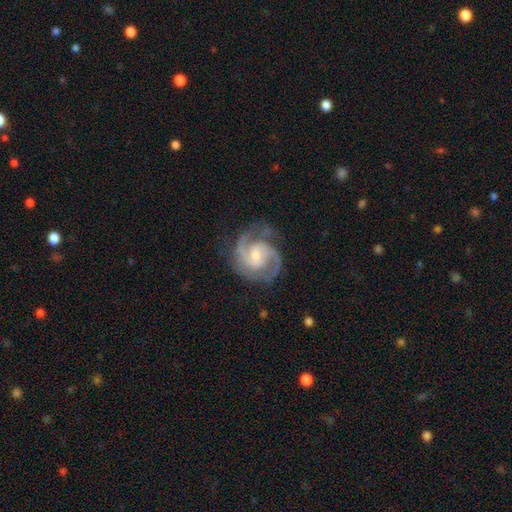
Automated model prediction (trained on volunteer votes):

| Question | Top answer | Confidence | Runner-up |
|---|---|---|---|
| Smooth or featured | featured or disk | 91% | smooth (5%) |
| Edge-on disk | no | 98% | yes (2%) |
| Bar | weak | 48% | no (40%) |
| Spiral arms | yes | 98% | no (2%) |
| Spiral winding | medium | 53% | tight (38%) |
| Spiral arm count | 2 | 78% | 3 (11%) |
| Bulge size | small | 53% | moderate (41%) |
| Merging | none | 73% | minor disturbance (18%) |